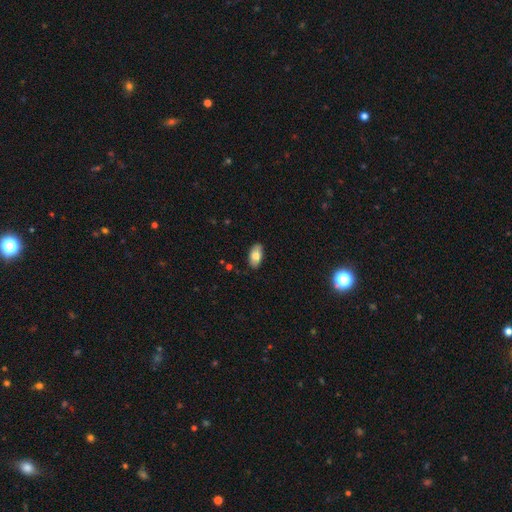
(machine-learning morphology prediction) The model was most divided on "smooth or featured": smooth: 79%, featured or disk: 14%, star or artifact: 7%. More confident: how rounded — in between (94%); merging — none (86%).